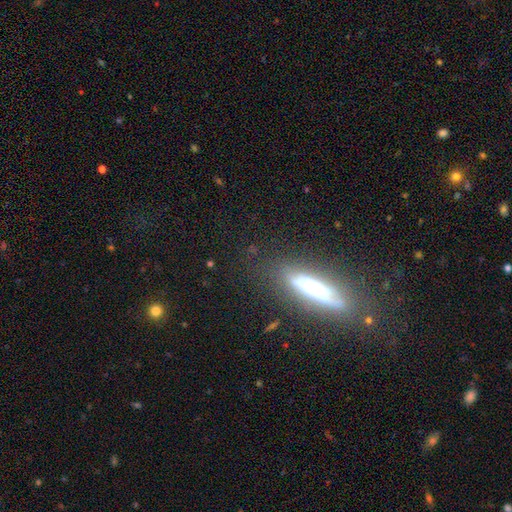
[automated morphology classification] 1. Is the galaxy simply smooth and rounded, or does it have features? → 45% smooth, 41% featured or disk, 14% star or artifact.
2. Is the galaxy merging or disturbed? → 77% none, 14% minor disturbance, 6% major disturbance, 3% merger.